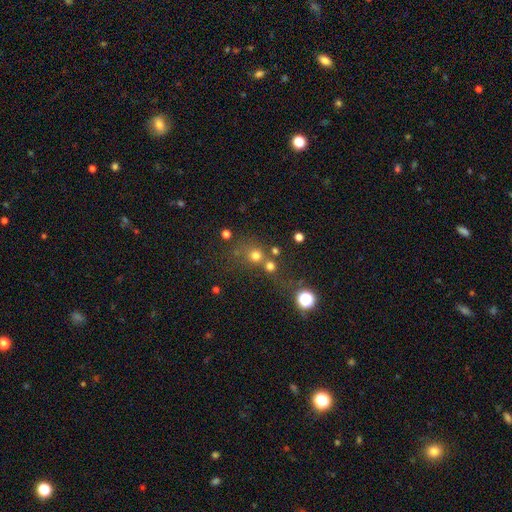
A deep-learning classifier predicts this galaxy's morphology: This is likely a smooth galaxy (69%). How rounded: clearly round (89%). Merging: possibly none (58%).